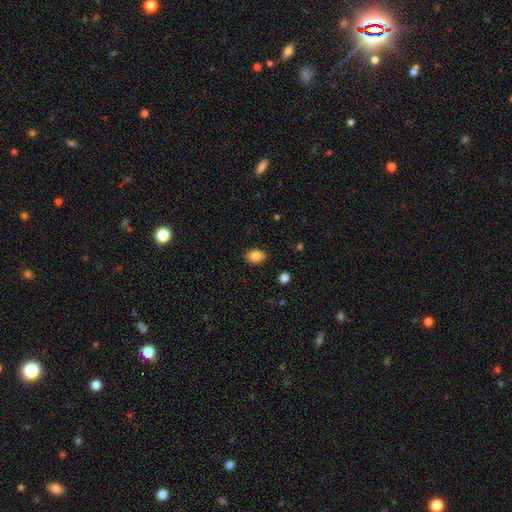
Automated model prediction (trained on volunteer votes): Morphology: type=smooth (84%); roundness=in between (80%); merging=none (87%).